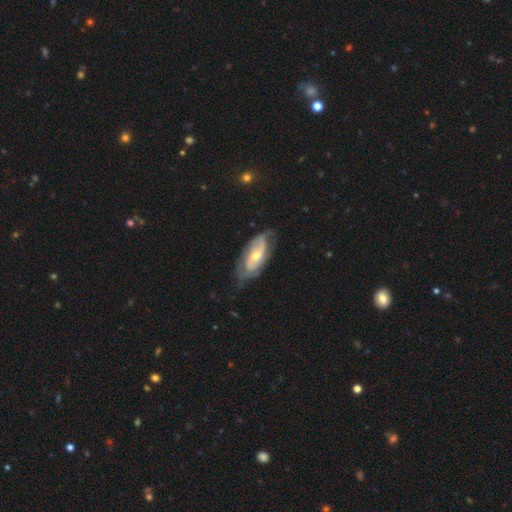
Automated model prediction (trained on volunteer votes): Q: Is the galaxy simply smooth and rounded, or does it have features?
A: featured or disk — 79%.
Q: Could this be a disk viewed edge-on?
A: no — 92%.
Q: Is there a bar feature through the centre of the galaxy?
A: no — 49%.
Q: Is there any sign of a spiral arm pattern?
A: yes — 90%.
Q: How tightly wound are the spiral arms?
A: tight — 43%.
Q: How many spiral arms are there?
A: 2 — 68%.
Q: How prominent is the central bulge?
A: moderate — 62%.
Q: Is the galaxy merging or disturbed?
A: none — 68%.